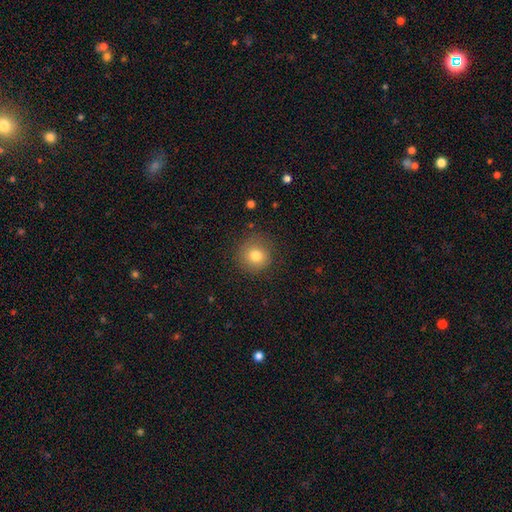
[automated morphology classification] Q: Smooth or featured?
A: smooth (78%); runner-up: star or artifact (12%)
Q: How rounded?
A: round (92%); runner-up: in between (7%)
Q: Merging?
A: none (83%); runner-up: minor disturbance (12%)